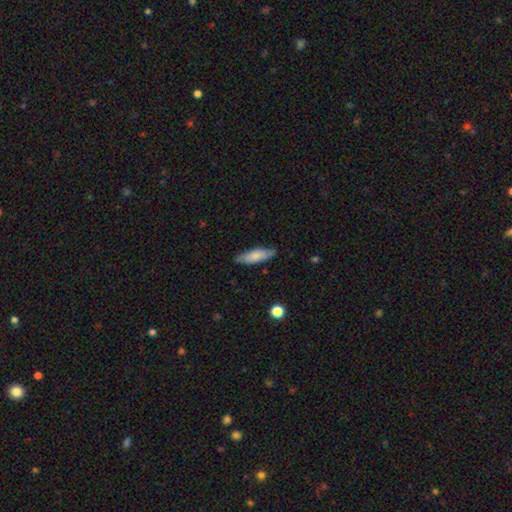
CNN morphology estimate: Q: Smooth or featured?
A: smooth (74%); runner-up: featured or disk (20%)
Q: How rounded?
A: in between (52%); runner-up: cigar-shaped (46%)
Q: Merging?
A: none (79%); runner-up: minor disturbance (17%)